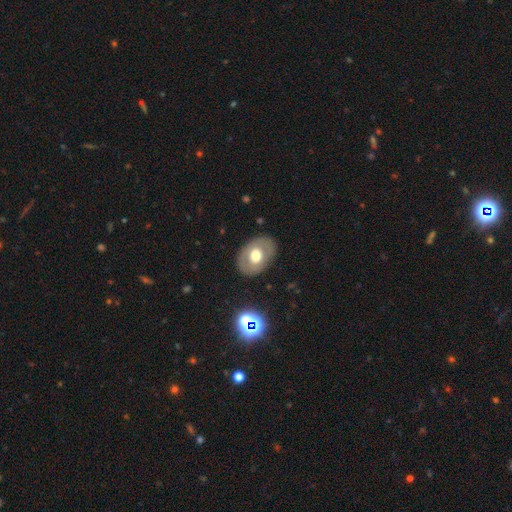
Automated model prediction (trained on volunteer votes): Q: Smooth or featured?
A: smooth (57%); runner-up: featured or disk (35%)
Q: How rounded?
A: in between (75%); runner-up: round (24%)
Q: Merging?
A: none (84%); runner-up: minor disturbance (11%)